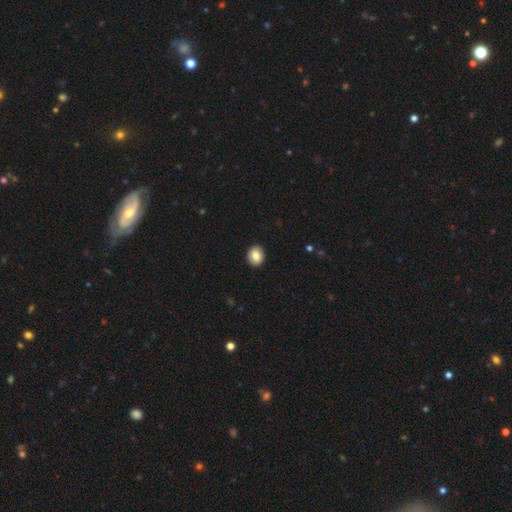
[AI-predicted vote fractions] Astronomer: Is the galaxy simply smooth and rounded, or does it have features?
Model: smooth — 83%.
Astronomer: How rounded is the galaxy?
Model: round — 66%.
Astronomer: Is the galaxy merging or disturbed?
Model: none — 92%.